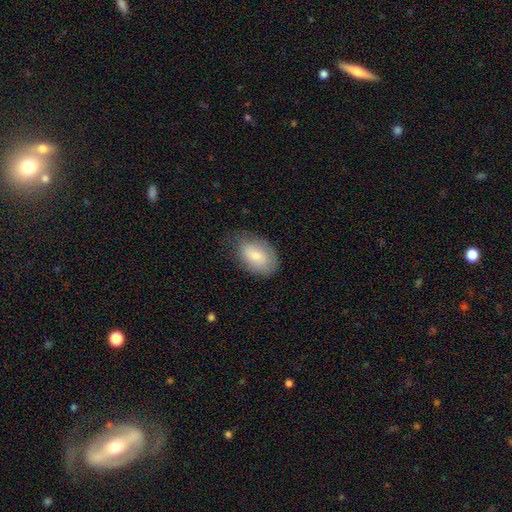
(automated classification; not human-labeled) This appears to be a smooth galaxy with no disk features (77%) that is in between round and cigar-shaped (89%). Merging: none (63%).